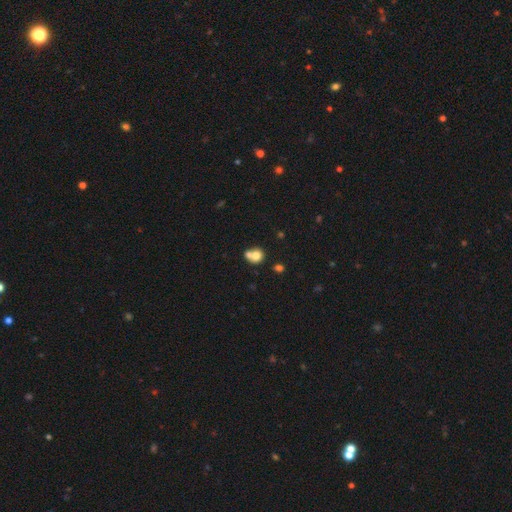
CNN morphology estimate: This is likely a smooth galaxy (74%). How rounded: likely round (74%). Merging: possibly merger (55%).